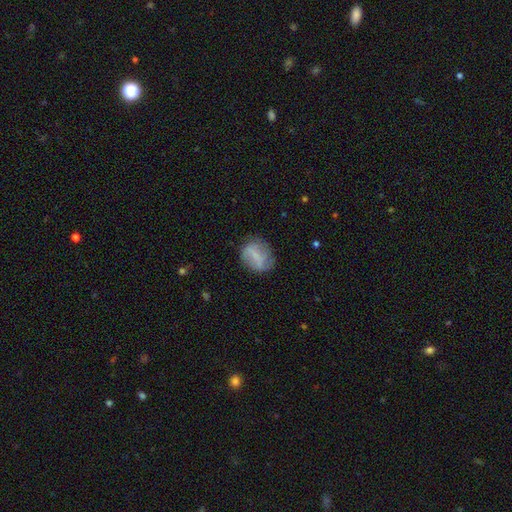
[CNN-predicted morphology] smooth-or-featured: smooth: 51% | featured or disk: 40% | star or artifact: 8%
  how-rounded: round: 49% (tied) | in between: 49% (tied) | cigar-shaped: 2%
  merging: none: 64% | minor disturbance: 23% | major disturbance: 11% | merger: 2%